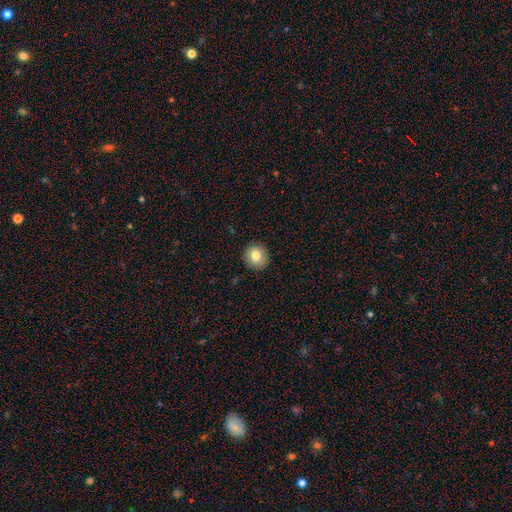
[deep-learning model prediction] Morphology: type=smooth (81%); roundness=round (92%); merging=none (91%).